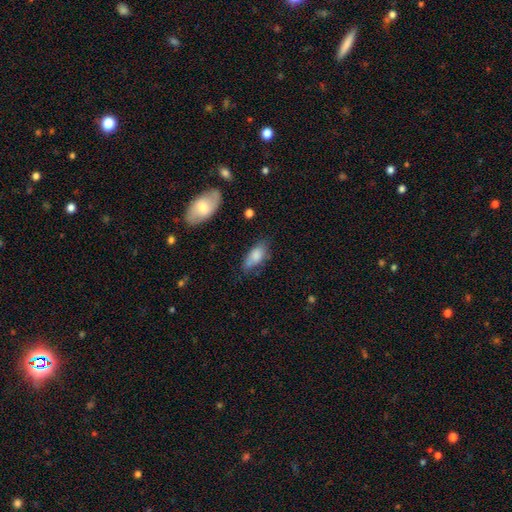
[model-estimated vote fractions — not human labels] Smooth or featured?
  - smooth: 77% *
  - featured or disk: 16%
  - star or artifact: 8%
How rounded?
  - in between: 85% *
  - cigar-shaped: 11%
  - round: 4%
Merging?
  - none: 51% *
  - minor disturbance: 31%
  - major disturbance: 11%
  - merger: 7%